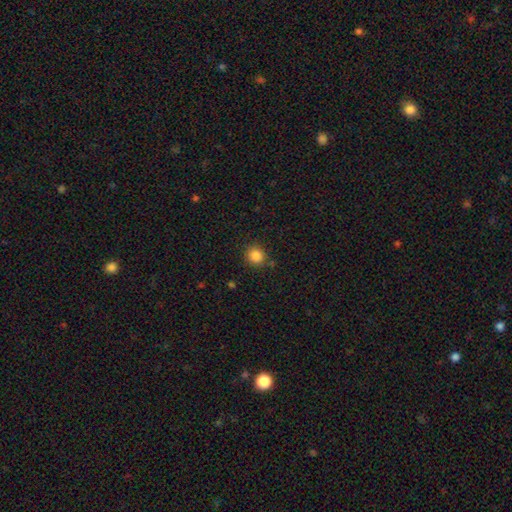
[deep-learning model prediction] Smooth or featured?
  - smooth: 85% *
  - star or artifact: 11%
  - featured or disk: 4%
How rounded?
  - round: 88% *
  - in between: 11%
  - cigar-shaped: 1%
Merging?
  - none: 85% *
  - minor disturbance: 9%
  - major disturbance: 3%
  - merger: 3%